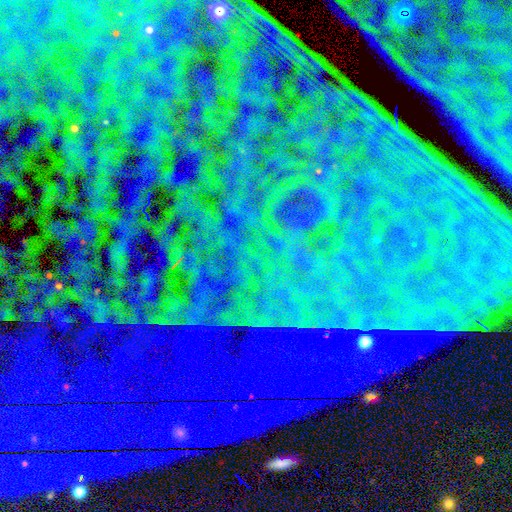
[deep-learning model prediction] A star or artifact, not a galaxy (87%).